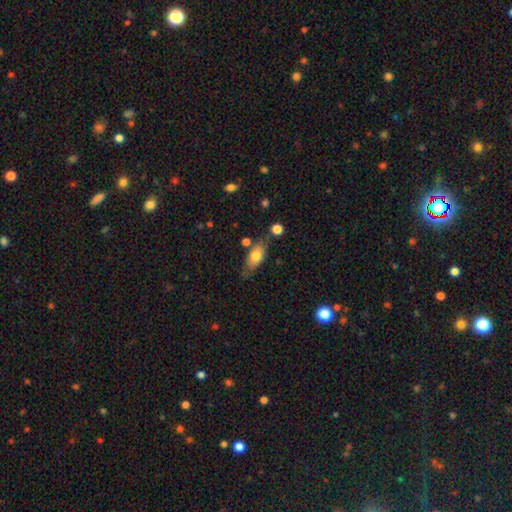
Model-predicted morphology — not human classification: A smooth galaxy with no disk features (72%) that is in between round and cigar-shaped (84%). Merging: none (64%).